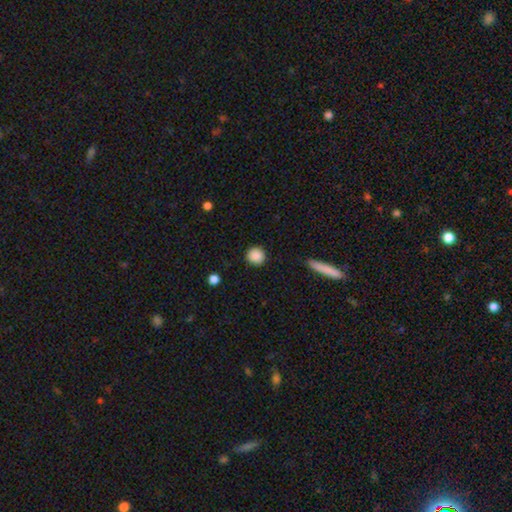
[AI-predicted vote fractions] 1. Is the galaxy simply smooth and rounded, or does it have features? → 88% smooth, 8% star or artifact, 3% featured or disk.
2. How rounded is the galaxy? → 92% round, 7% in between, 1% cigar-shaped.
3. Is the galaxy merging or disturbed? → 89% none, 7% minor disturbance, 2% major disturbance, 1% merger.